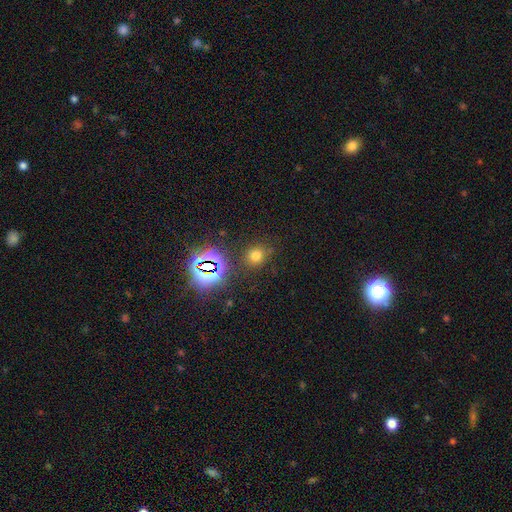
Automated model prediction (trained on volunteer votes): The model was most divided on "smooth or featured": smooth: 65%, star or artifact: 28%, featured or disk: 8%. More confident: merging — none (83%); how rounded — round (78%).